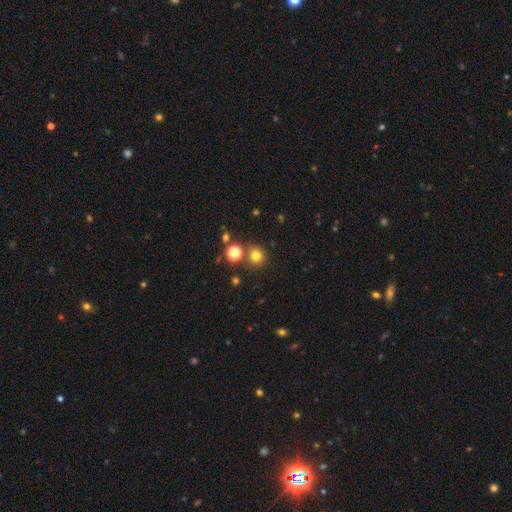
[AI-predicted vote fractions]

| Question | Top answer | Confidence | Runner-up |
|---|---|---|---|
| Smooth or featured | smooth | 76% | star or artifact (18%) |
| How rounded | round | 90% | in between (9%) |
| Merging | none | 79% | merger (10%) |